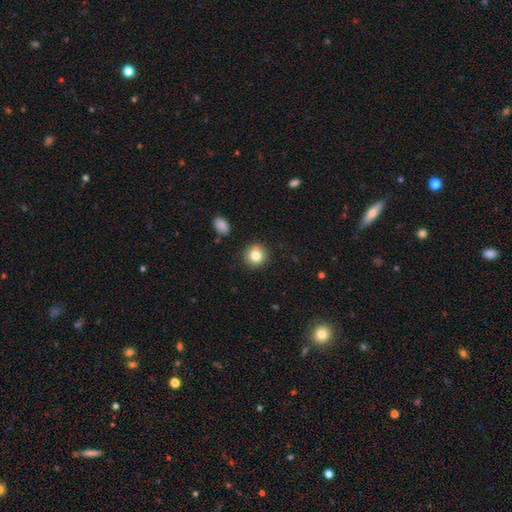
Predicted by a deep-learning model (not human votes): Q: Smooth or featured?
A: smooth (83%); runner-up: star or artifact (10%)
Q: How rounded?
A: round (90%); runner-up: in between (9%)
Q: Merging?
A: none (90%); runner-up: minor disturbance (7%)